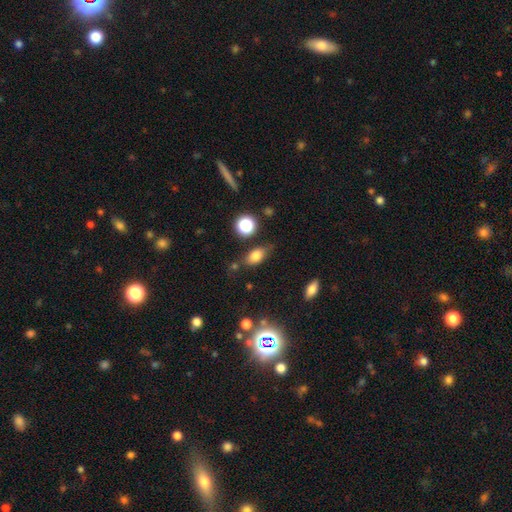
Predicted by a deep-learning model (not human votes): A smooth galaxy with no disk features (77%) that is in between round and cigar-shaped (81%). Merging: none (71%).